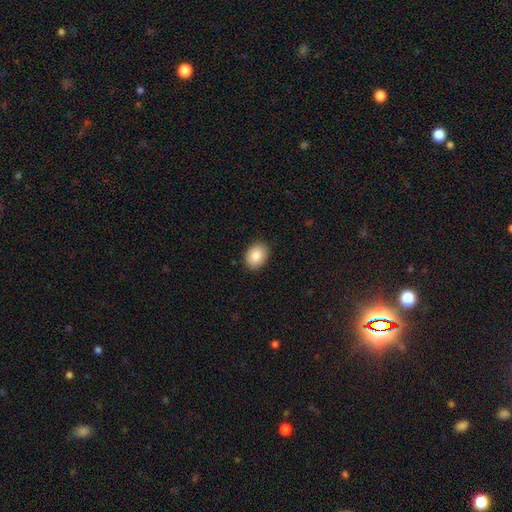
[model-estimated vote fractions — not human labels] Smooth or featured? Predicted: smooth (p=0.86). How rounded? Predicted: in between (p=0.67). Merging? Predicted: none (p=0.90).